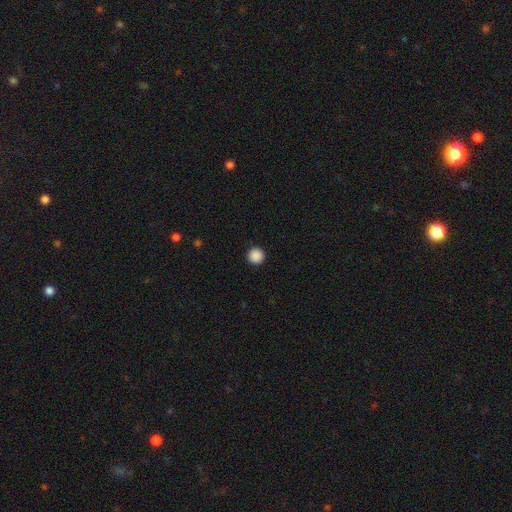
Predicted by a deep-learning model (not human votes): Smooth or featured? smooth (89%)
How rounded? round (97%)
Merging? none (94%)